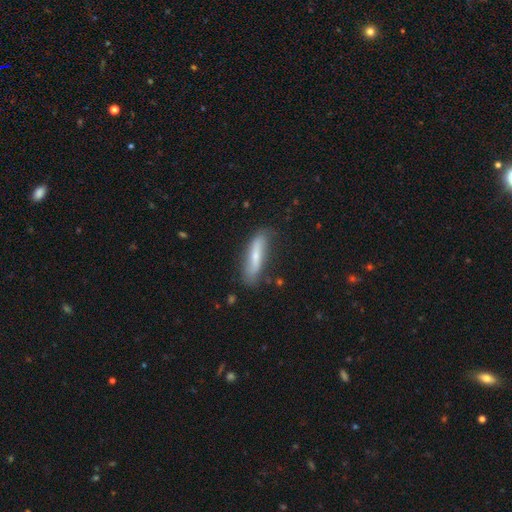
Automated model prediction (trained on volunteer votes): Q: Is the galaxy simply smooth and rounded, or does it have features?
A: smooth — 54%.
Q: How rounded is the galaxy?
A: cigar-shaped — 66%.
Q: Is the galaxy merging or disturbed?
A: none — 69%.